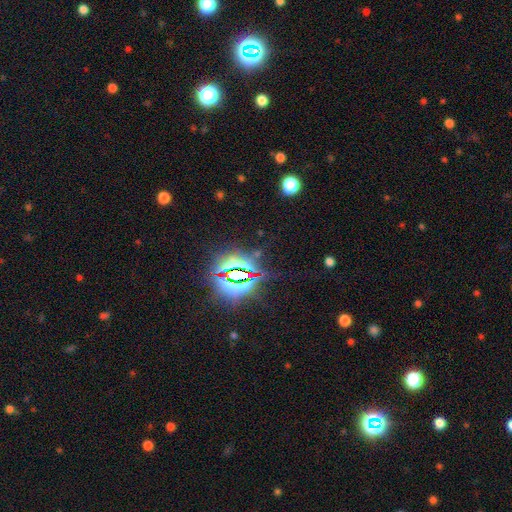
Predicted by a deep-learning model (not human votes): Morphology: type=star or artifact (82%).